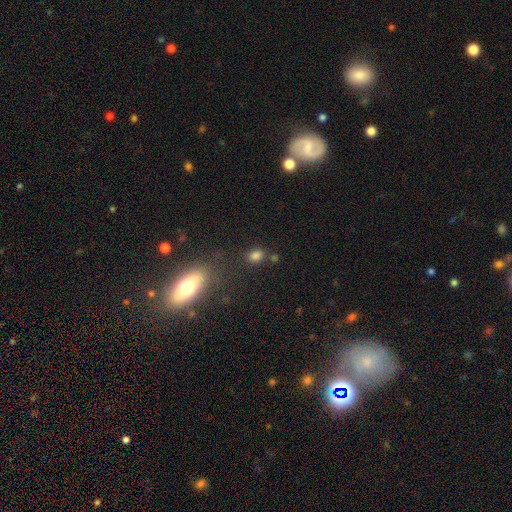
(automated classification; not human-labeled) Smooth or featured?
  - smooth: 79% *
  - star or artifact: 15%
  - featured or disk: 6%
How rounded?
  - in between: 64% *
  - round: 34%
  - cigar-shaped: 2%
Merging?
  - none: 75% *
  - minor disturbance: 12%
  - merger: 8%
  - major disturbance: 5%